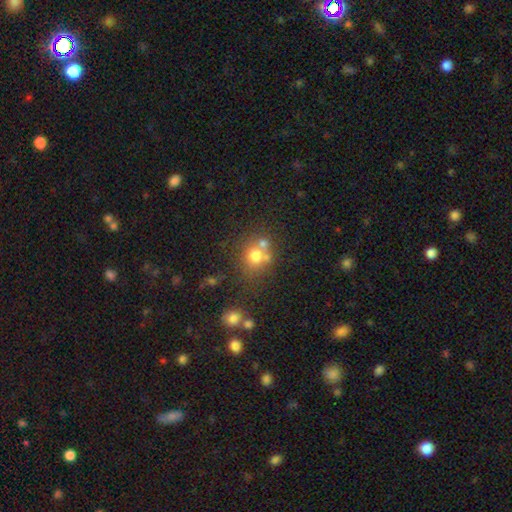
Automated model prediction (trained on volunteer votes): This is likely a smooth galaxy (68%). How rounded: clearly round (80%). Merging: possibly none (51%).